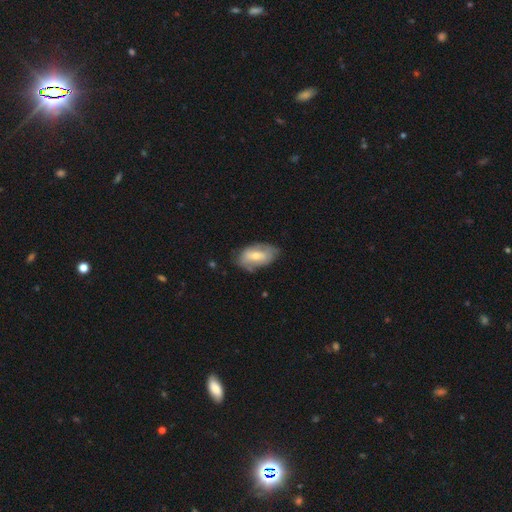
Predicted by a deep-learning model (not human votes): smooth_or_featured: smooth (p=0.52) [alt: featured or disk p=0.42]
how_rounded: in between (p=0.92) [alt: round p=0.06]
merging: none (p=0.66) [alt: minor disturbance p=0.25]